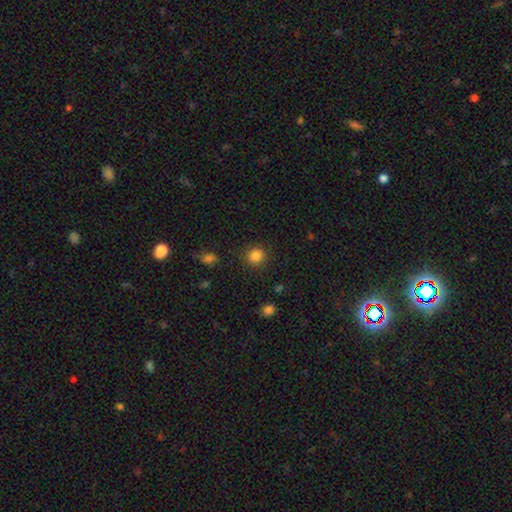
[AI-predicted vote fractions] Smooth or featured? smooth (85%)
How rounded? round (92%)
Merging? none (89%)